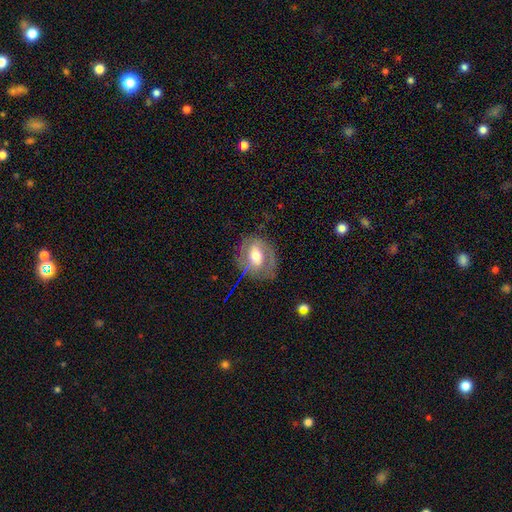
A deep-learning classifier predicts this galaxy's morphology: Smooth or featured? Predicted: featured or disk (p=0.57). Edge-on disk? Predicted: no (p=0.93). Bar? Predicted: weak (p=0.38, tied with no). Spiral arms? Predicted: yes (p=0.63). Bulge size? Predicted: moderate (p=0.65). Merging? Predicted: none (p=0.63).